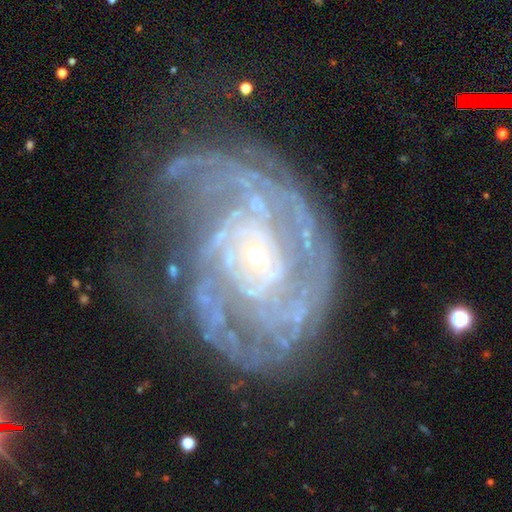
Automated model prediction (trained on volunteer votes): featured or disk 89%, star or artifact 6%, smooth 5%. Down the decision tree: edge-on disk — no (97%); bar — no (72%); spiral arms — yes (95%); spiral arm count — can't tell (30%); spiral winding — tight (65%); bulge size — small (80%); merging — none (52%).